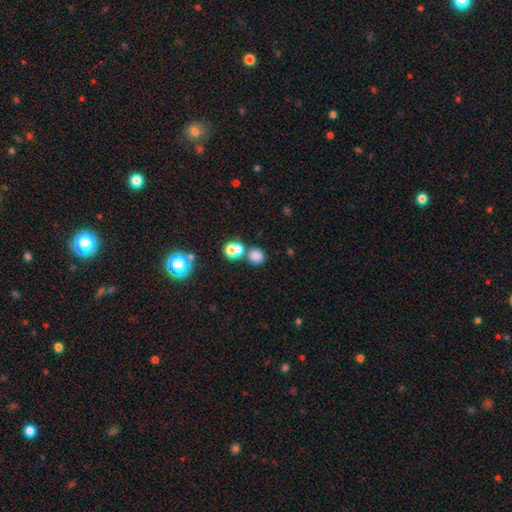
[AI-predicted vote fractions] smooth-or-featured: smooth: 75% | star or artifact: 18% | featured or disk: 7%
  how-rounded: round: 74% | in between: 24% | cigar-shaped: 1%
  merging: none: 56% | merger: 31% | minor disturbance: 9% | major disturbance: 4%